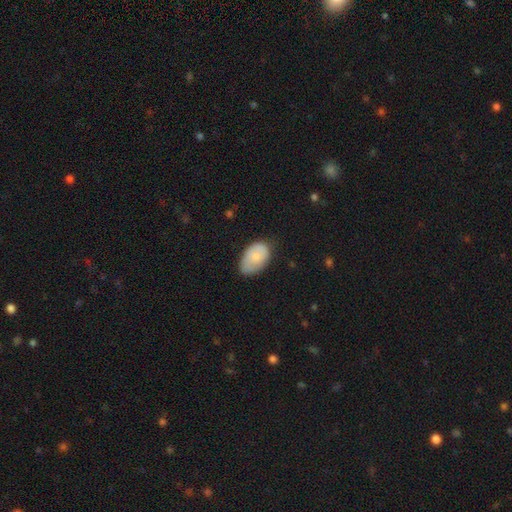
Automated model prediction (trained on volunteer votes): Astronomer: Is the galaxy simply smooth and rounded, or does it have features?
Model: smooth — 80%.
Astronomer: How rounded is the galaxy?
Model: in between — 92%.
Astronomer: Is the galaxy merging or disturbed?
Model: none — 59%.